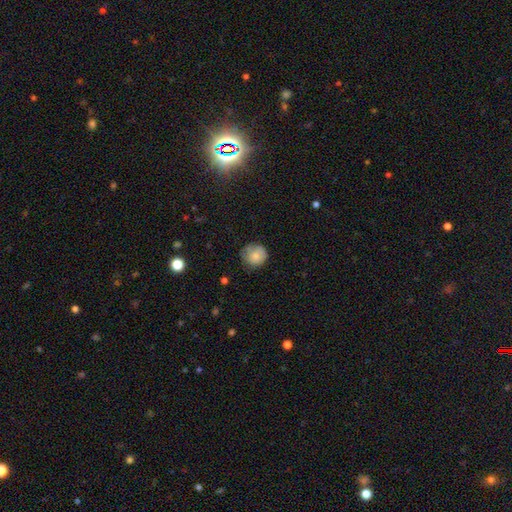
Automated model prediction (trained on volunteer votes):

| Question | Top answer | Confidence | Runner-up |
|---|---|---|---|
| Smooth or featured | smooth | 80% | featured or disk (12%) |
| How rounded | round | 88% | in between (11%) |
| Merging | none | 65% | minor disturbance (26%) |